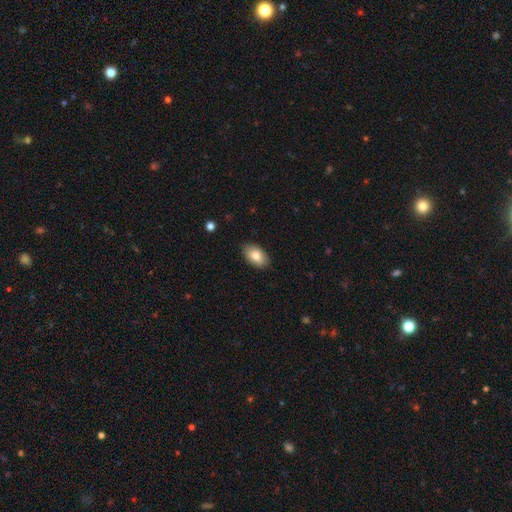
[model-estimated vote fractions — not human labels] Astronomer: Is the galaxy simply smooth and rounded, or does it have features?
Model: smooth — 83%.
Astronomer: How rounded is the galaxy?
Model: in between — 93%.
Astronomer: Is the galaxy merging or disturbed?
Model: none — 87%.